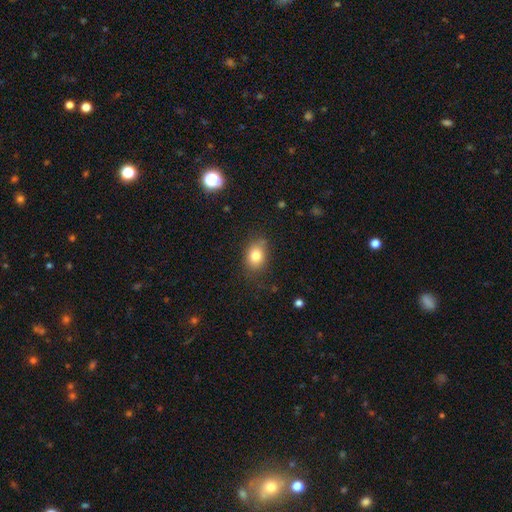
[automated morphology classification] Q: Smooth or featured?
A: smooth (81%); runner-up: star or artifact (10%)
Q: How rounded?
A: in between (68%); runner-up: round (31%)
Q: Merging?
A: none (76%); runner-up: minor disturbance (18%)